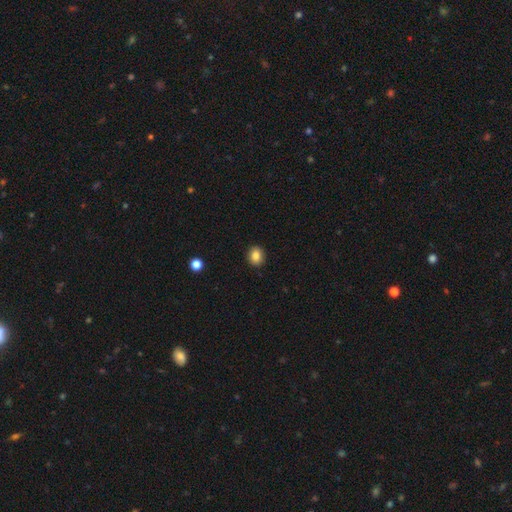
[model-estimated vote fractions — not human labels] smooth_or_featured: smooth (p=0.86) [alt: star or artifact p=0.10]
how_rounded: round (p=0.63) [alt: in between p=0.36]
merging: none (p=0.89) [alt: minor disturbance p=0.08]